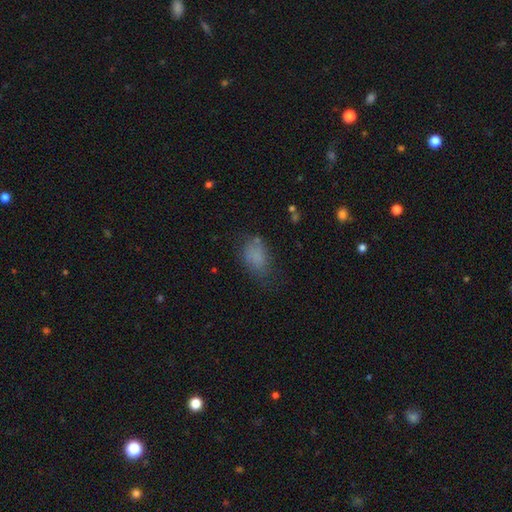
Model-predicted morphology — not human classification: type=smooth (75%); roundness=in between (86%); merging=none (54%).